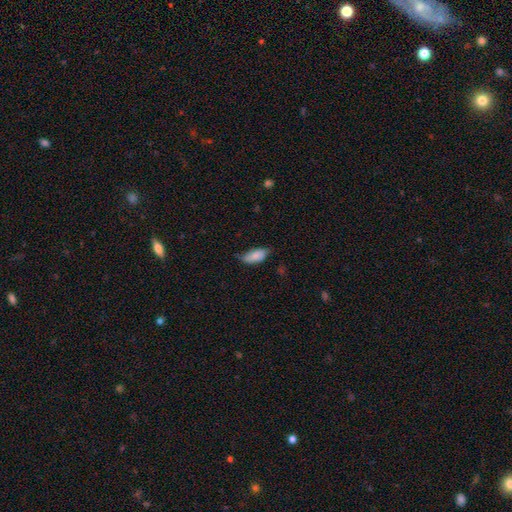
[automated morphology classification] Smooth or featured? smooth (79%)
How rounded? in between (91%)
Merging? none (49%)